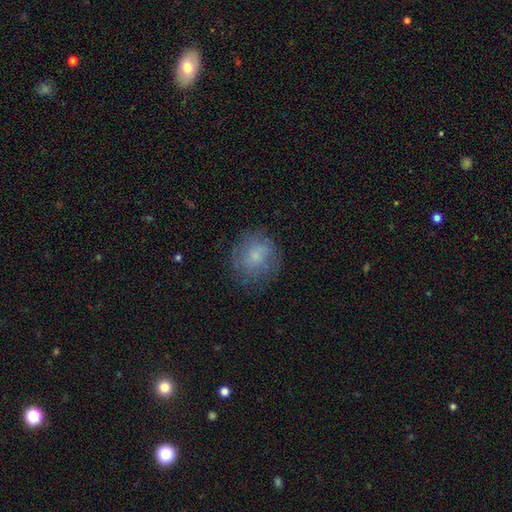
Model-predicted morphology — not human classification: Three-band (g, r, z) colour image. It shows a smooth galaxy with no disk features (70%) that is round (83%). Merging: none (75%).